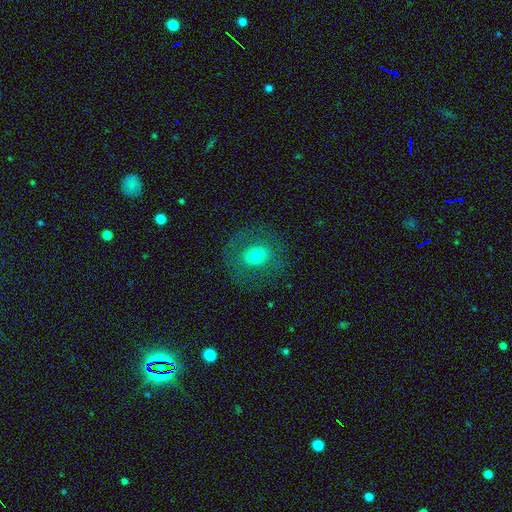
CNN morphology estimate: Q: Smooth or featured?
A: smooth (58%); runner-up: featured or disk (32%)
Q: How rounded?
A: round (73%); runner-up: in between (26%)
Q: Merging?
A: none (78%); runner-up: minor disturbance (12%)